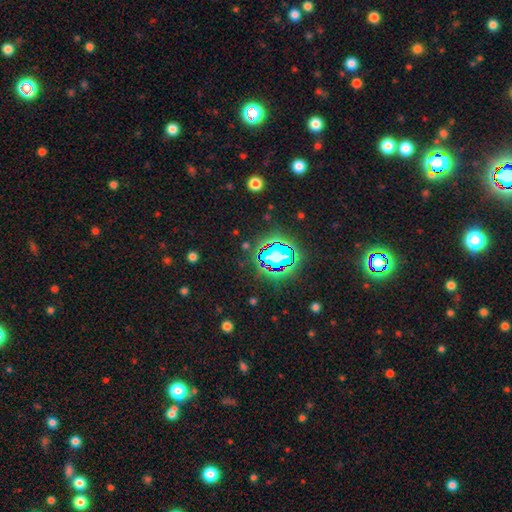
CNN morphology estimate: This appears to be a star or artifact, not a galaxy (81%).